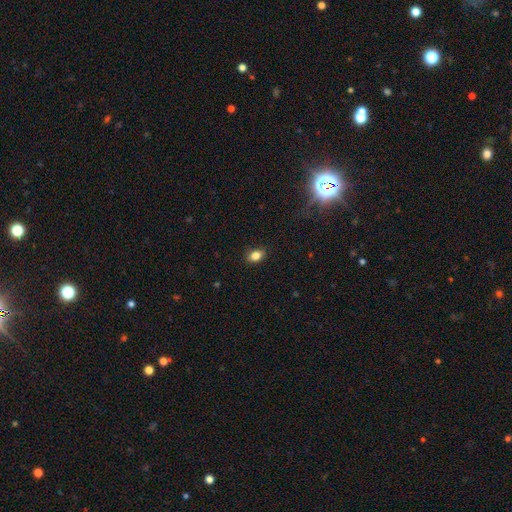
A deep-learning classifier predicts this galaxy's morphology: Smooth or featured?
  - smooth: 83% *
  - star or artifact: 11%
  - featured or disk: 6%
How rounded?
  - in between: 72% *
  - round: 26%
  - cigar-shaped: 2%
Merging?
  - none: 87% *
  - minor disturbance: 10%
  - major disturbance: 2%
  - merger: 1%